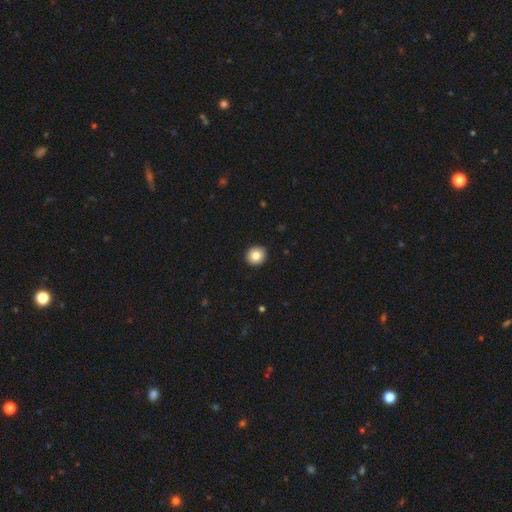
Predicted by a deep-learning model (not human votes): This appears to be a smooth galaxy with no disk features (84%) that is round (91%). Merging: none (93%).